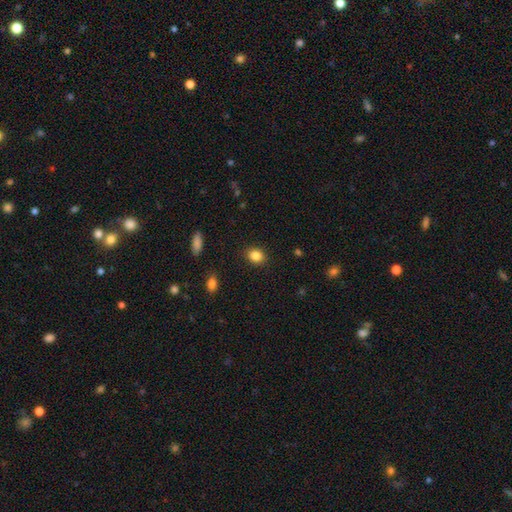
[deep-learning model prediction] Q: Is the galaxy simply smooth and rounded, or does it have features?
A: smooth — 85%.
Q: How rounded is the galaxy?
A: in between — 53%.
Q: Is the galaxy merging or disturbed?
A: none — 89%.